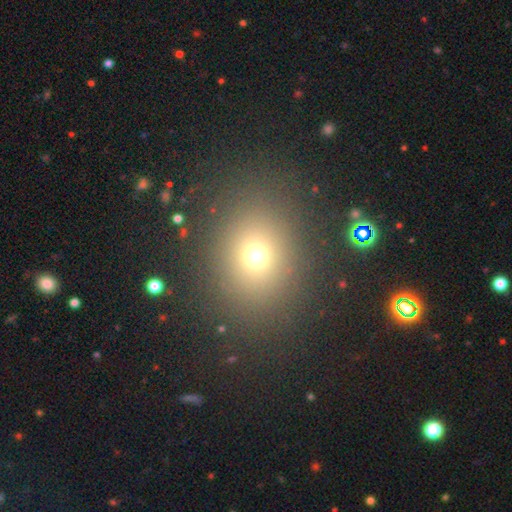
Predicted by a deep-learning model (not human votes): The model was most divided on "how rounded": round: 67%, in between: 32%, cigar-shaped: 1%. More confident: merging — none (86%); smooth or featured — smooth (68%).